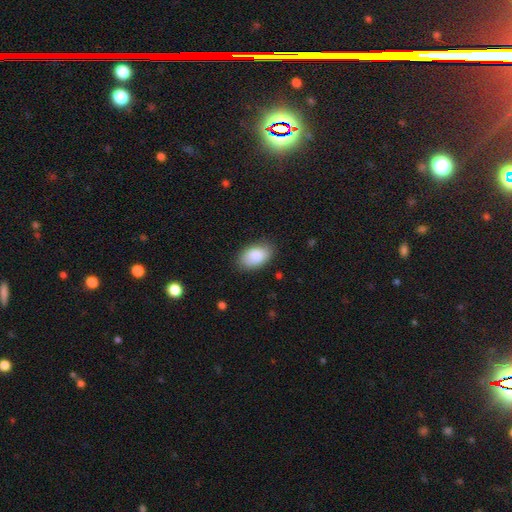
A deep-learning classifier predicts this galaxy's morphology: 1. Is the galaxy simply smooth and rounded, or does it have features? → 87% smooth, 7% featured or disk, 6% star or artifact.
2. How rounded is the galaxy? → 93% in between, 6% round, 1% cigar-shaped.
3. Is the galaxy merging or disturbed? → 82% none, 14% minor disturbance, 3% major disturbance, 1% merger.